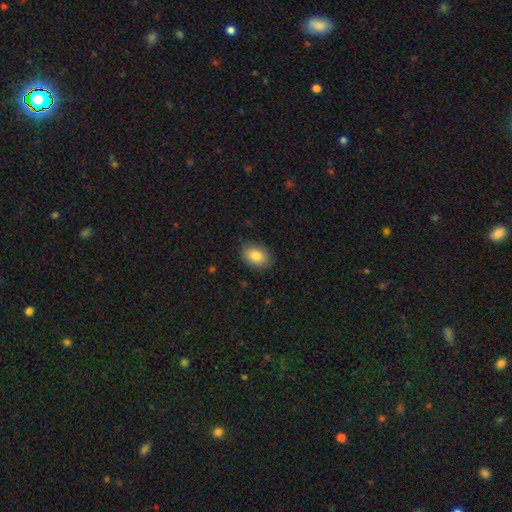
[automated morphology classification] This appears to be a smooth galaxy with no disk features (84%) that is in between round and cigar-shaped (79%). Merging: none (88%).